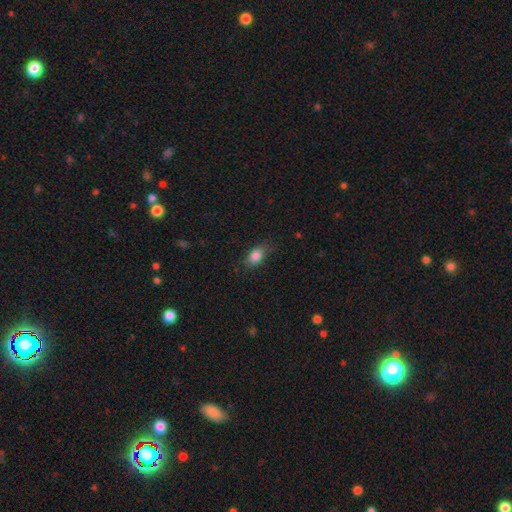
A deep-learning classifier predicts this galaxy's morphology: A smooth galaxy with no disk features (84%) that is in between round and cigar-shaped (82%).

Vote fractions:
- Smooth or featured? smooth: 84% / star or artifact: 9% / featured or disk: 8%
- How rounded? in between: 82% / round: 14% / cigar-shaped: 4%
- Merging? none: 74% / minor disturbance: 20% / major disturbance: 5% / merger: 1%